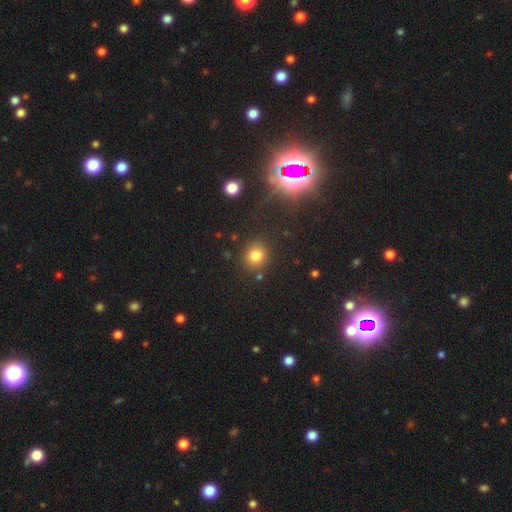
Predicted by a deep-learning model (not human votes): The model was most divided on "smooth or featured": smooth: 77%, star or artifact: 16%, featured or disk: 7%. More confident: how rounded — round (87%); merging — none (84%).